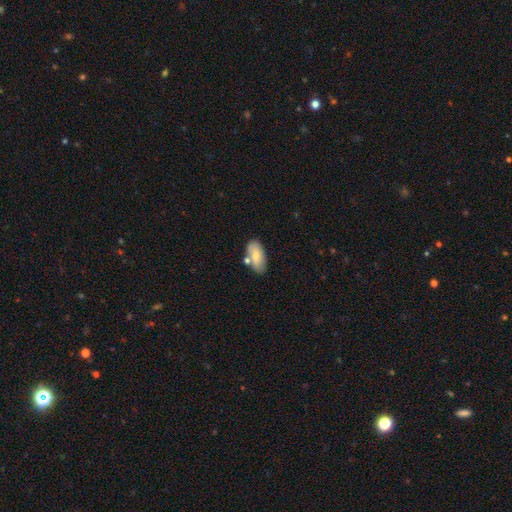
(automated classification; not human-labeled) Morphology: type=smooth (72%); roundness=in between (91%); merging=none (65%).